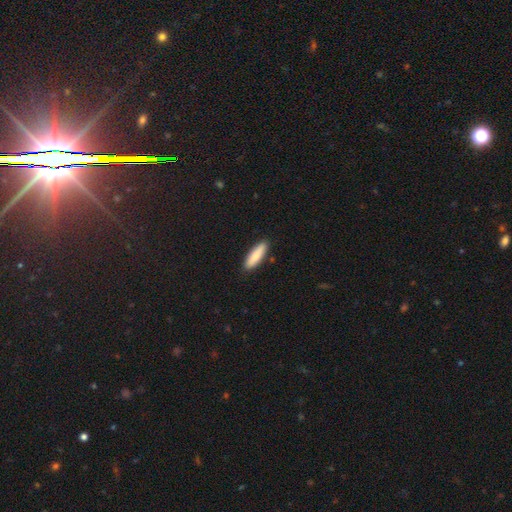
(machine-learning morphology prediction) Smooth or featured? smooth (85%)
How rounded? cigar-shaped (60%)
Merging? none (89%)